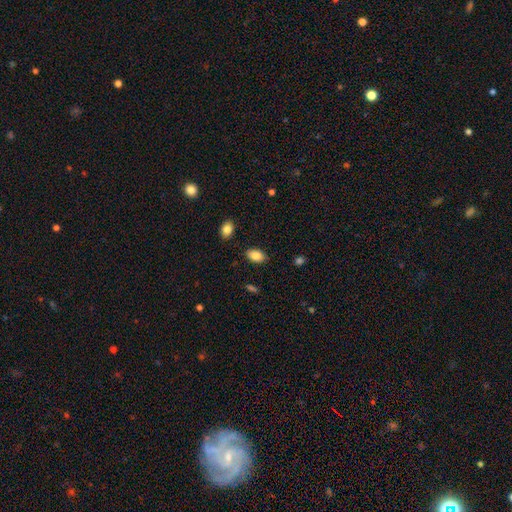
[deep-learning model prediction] Smooth or featured? smooth (86%)
How rounded? in between (91%)
Merging? none (87%)